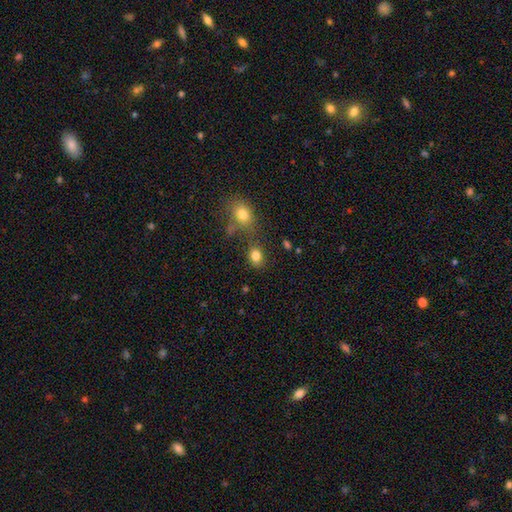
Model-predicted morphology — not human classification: Smooth or featured? Predicted: smooth (p=0.82). How rounded? Predicted: in between (p=0.60). Merging? Predicted: none (p=0.69).